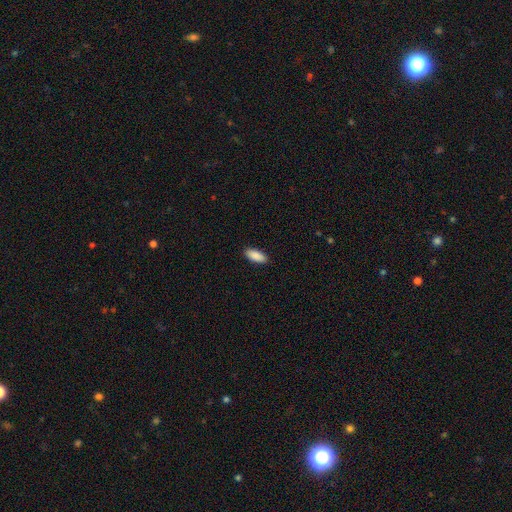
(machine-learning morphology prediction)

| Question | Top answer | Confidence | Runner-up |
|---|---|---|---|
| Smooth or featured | smooth | 90% | star or artifact (6%) |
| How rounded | in between | 84% | cigar-shaped (14%) |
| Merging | none | 90% | minor disturbance (7%) |